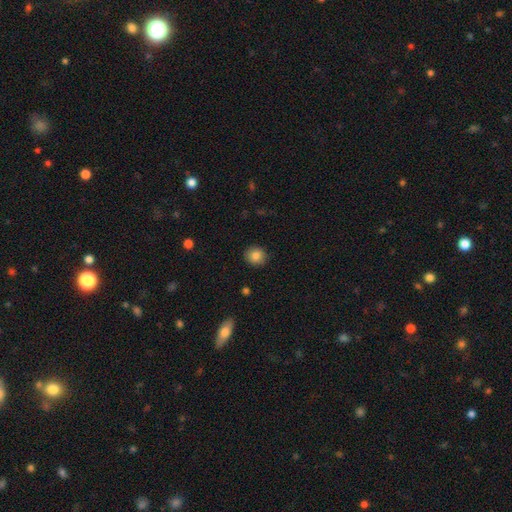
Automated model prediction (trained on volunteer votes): Smooth or featured? smooth (84%)
How rounded? round (82%)
Merging? none (90%)